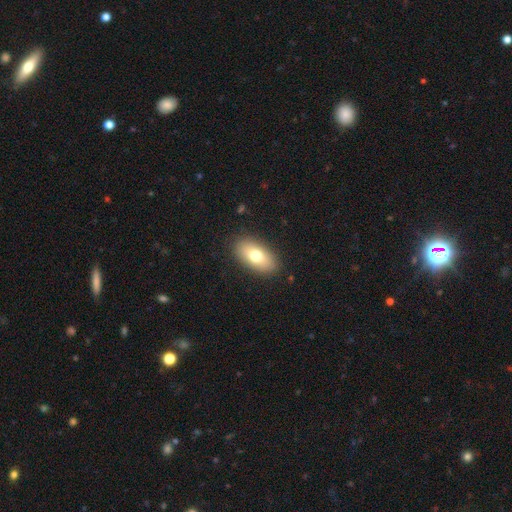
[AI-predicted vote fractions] Smooth or featured?
  - smooth: 73% *
  - featured or disk: 19%
  - star or artifact: 8%
How rounded?
  - in between: 91% *
  - round: 5%
  - cigar-shaped: 4%
Merging?
  - none: 88% *
  - minor disturbance: 8%
  - major disturbance: 3%
  - merger: 1%